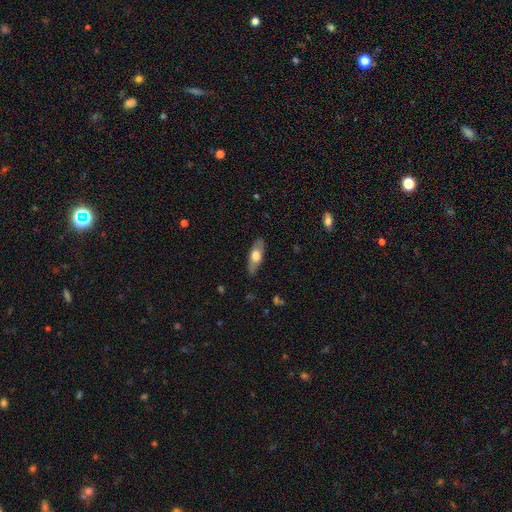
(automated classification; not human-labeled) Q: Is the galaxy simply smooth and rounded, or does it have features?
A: smooth — 58%.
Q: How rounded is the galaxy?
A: in between — 66%.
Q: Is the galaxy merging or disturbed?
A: none — 83%.